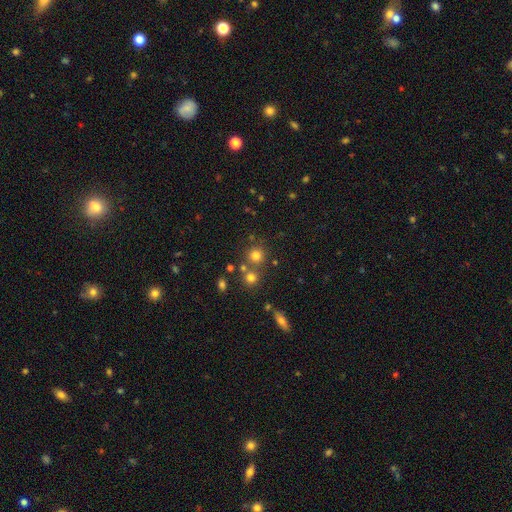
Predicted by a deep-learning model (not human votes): Smooth or featured: smooth — 74% (star or artifact — 18%)
How rounded: round — 91% (in between — 8%)
Merging: none — 70% (merger — 19%)